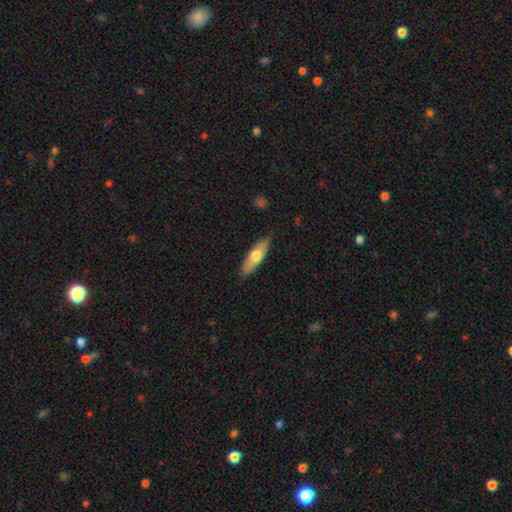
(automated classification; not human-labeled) smooth-or-featured: smooth: 60% | featured or disk: 35% | star or artifact: 5%
  how-rounded: in between: 51% | cigar-shaped: 47% | round: 2%
  merging: none: 85% | minor disturbance: 11% | major disturbance: 2% | merger: 1%